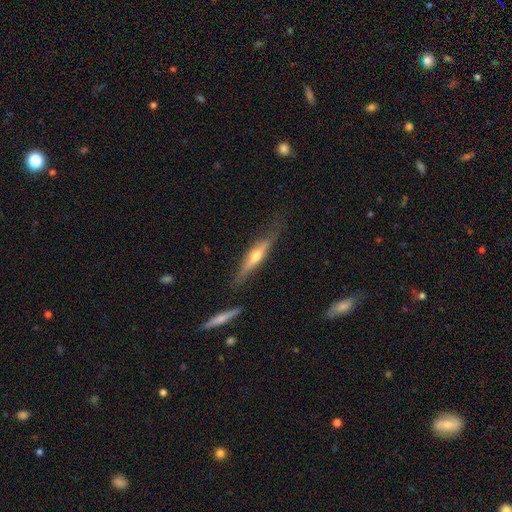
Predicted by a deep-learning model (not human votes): Overall: featured or disk (58%; smooth 36%). Edge-on disk: yes (92%). Edge-on bulge: rounded (88%). Merging: none (70%).